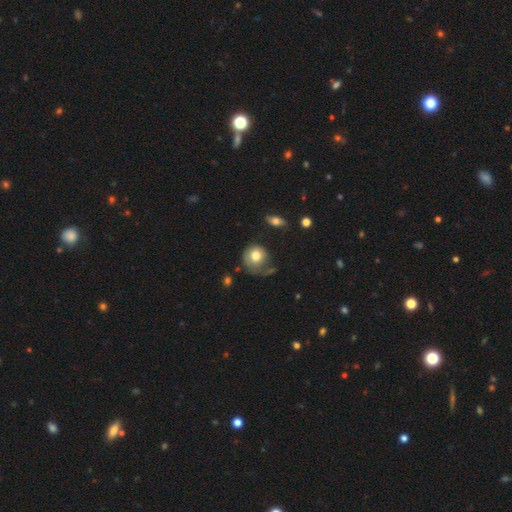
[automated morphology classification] A smooth galaxy with no disk features (68%) that is round (81%). Merging: none (41%).